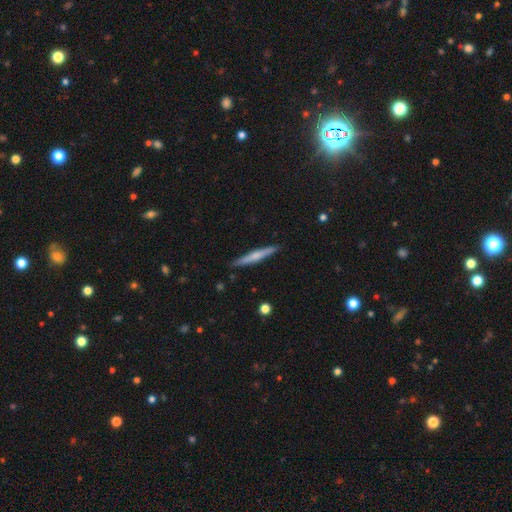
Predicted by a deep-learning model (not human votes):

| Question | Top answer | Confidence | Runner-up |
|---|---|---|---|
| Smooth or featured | featured or disk | 51% | smooth (43%) |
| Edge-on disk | yes | 97% | no (3%) |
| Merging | none | 90% | minor disturbance (7%) |